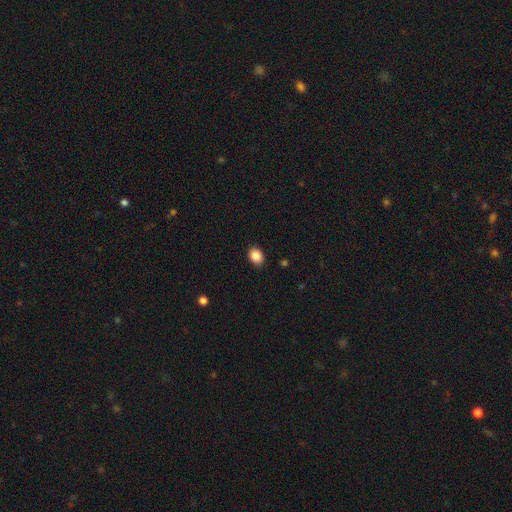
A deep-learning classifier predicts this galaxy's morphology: A smooth galaxy with no disk features (88%) that is in between round and cigar-shaped (70%). Merging: none (88%).